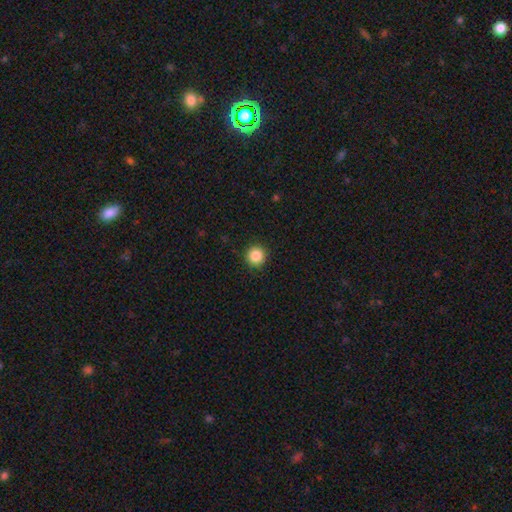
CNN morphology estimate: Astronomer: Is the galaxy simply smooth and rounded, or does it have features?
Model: smooth — 87%.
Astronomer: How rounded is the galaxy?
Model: round — 95%.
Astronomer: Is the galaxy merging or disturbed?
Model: none — 91%.